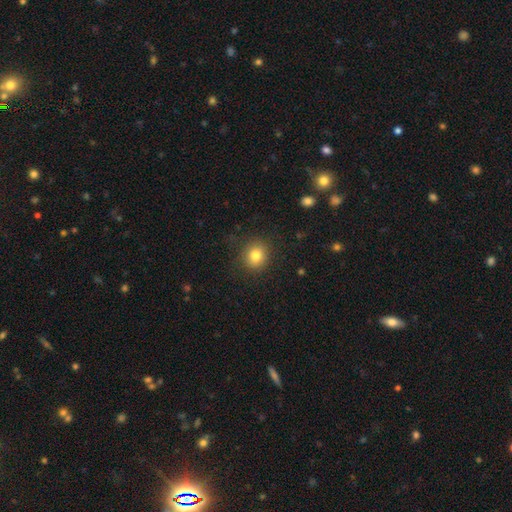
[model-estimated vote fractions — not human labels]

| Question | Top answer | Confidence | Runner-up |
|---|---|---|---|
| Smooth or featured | smooth | 81% | star or artifact (11%) |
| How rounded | round | 81% | in between (18%) |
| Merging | none | 87% | minor disturbance (9%) |